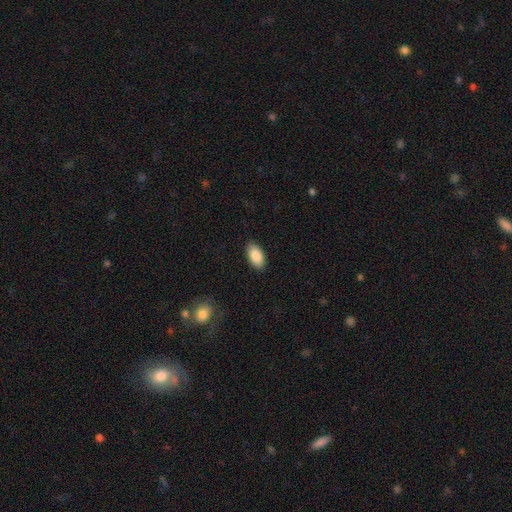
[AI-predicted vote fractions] Q: Smooth or featured?
A: smooth (88%); runner-up: star or artifact (7%)
Q: How rounded?
A: in between (95%); runner-up: round (3%)
Q: Merging?
A: none (89%); runner-up: minor disturbance (8%)